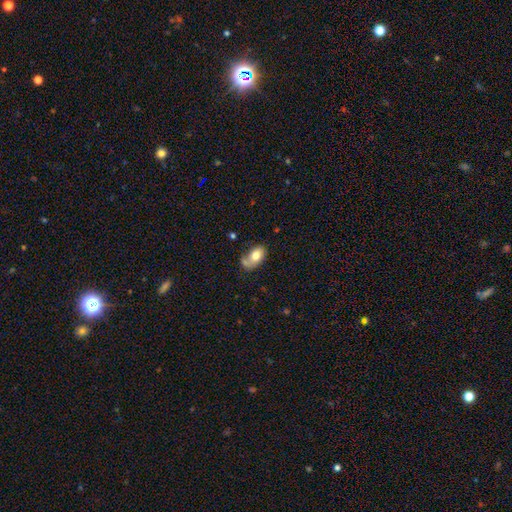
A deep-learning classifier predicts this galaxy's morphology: Smooth or featured?
  - smooth: 75% *
  - featured or disk: 18%
  - star or artifact: 7%
How rounded?
  - in between: 88% *
  - round: 10%
  - cigar-shaped: 2%
Merging?
  - none: 42% *
  - merger: 24%
  - minor disturbance: 23%
  - major disturbance: 12%